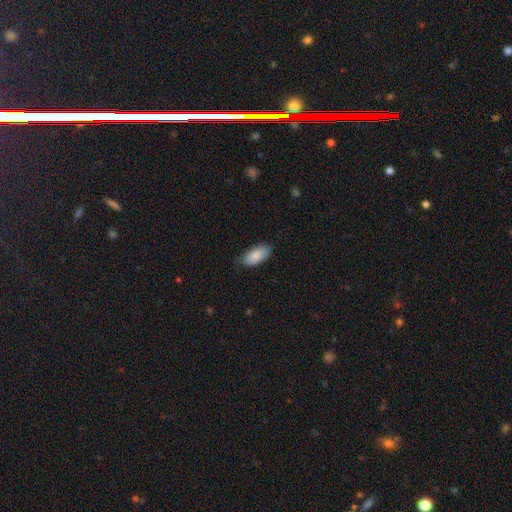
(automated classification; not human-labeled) Morphology: type=smooth (87%); roundness=in between (92%); merging=none (77%).